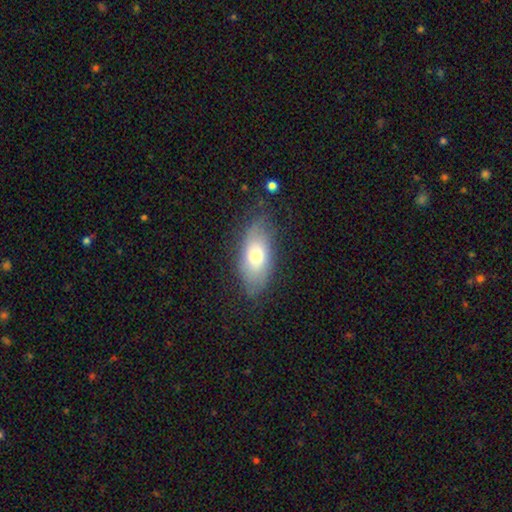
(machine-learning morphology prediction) Overall: smooth (67%). How rounded: in between (86%). Merging: none (72%).